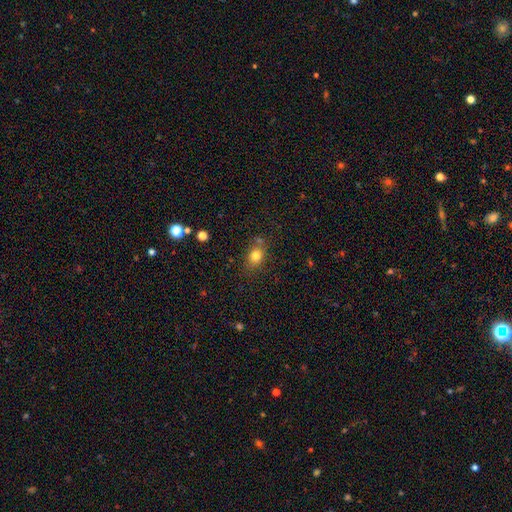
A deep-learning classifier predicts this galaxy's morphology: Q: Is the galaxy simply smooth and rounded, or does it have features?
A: smooth — 78%.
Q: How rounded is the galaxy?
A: in between — 53%.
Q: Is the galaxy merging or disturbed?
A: none — 69%.